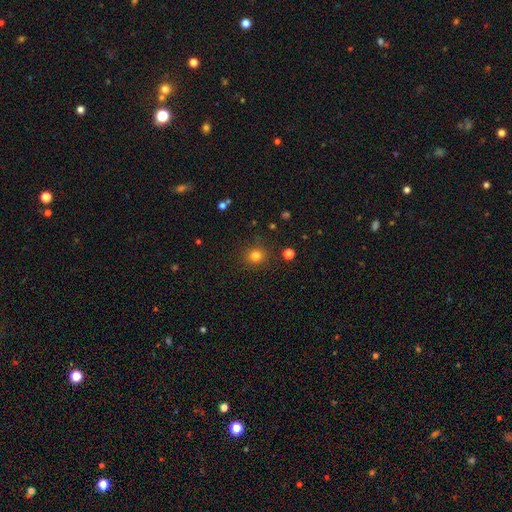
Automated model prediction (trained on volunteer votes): smooth-or-featured: smooth: 80% | star or artifact: 15% | featured or disk: 5%
  how-rounded: round: 86% | in between: 13% | cigar-shaped: 1%
  merging: none: 88% | minor disturbance: 7% | major disturbance: 3% | merger: 2%